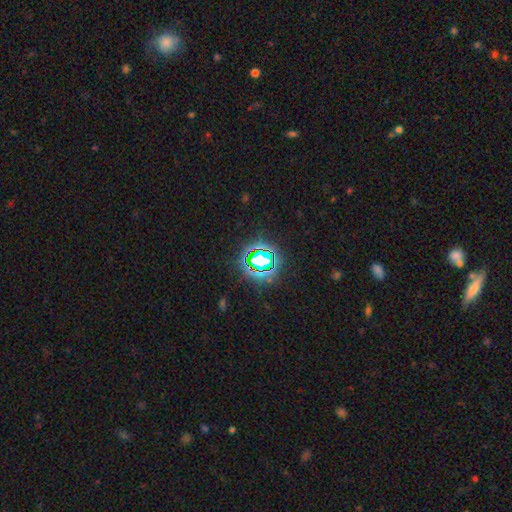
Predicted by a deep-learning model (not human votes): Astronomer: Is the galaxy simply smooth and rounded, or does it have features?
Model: star or artifact — 75%.